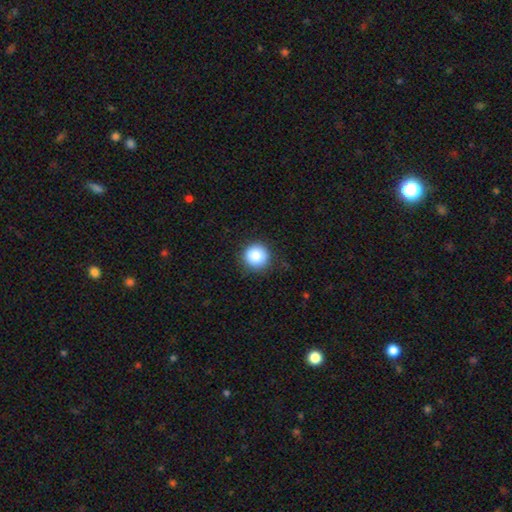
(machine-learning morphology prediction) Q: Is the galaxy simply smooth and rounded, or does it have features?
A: smooth — 86%.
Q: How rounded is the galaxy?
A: round — 95%.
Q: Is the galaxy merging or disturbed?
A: none — 88%.